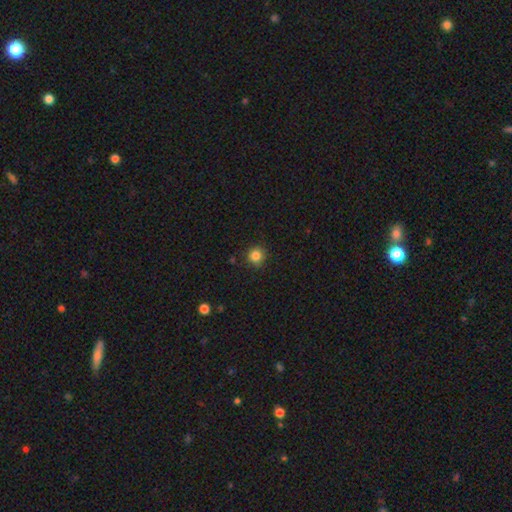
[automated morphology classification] type=smooth (84%); roundness=round (93%); merging=none (88%).